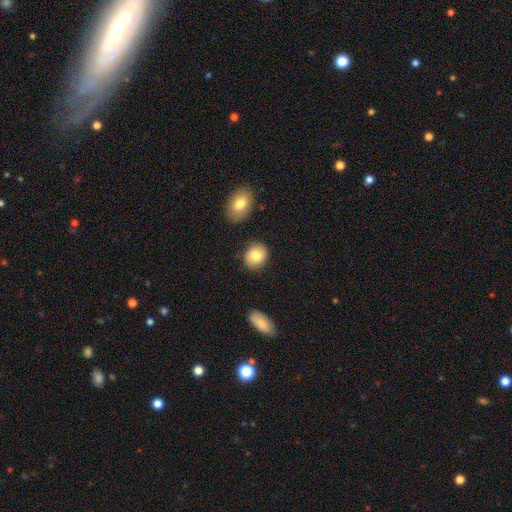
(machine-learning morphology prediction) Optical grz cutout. It shows a smooth galaxy with no disk features (80%) that is round (64%). Merging: none (84%).